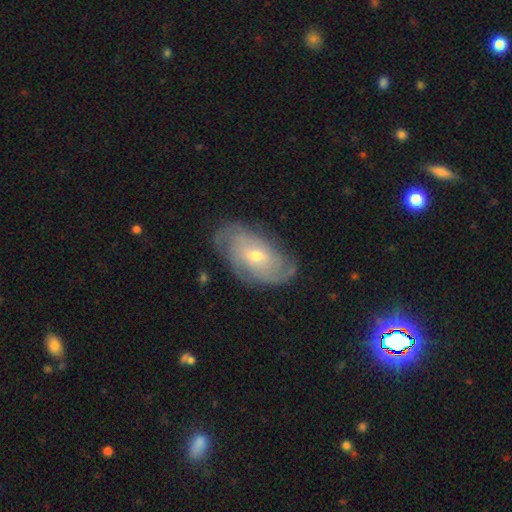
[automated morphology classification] Smooth or featured? featured or disk (76%)
Edge-on disk? no (94%)
Bar? no (61%)
Spiral arms? yes (91%)
Spiral winding? tight (63%)
Spiral arm count? can't tell (41%)
Bulge size? small (57%)
Merging? none (76%)